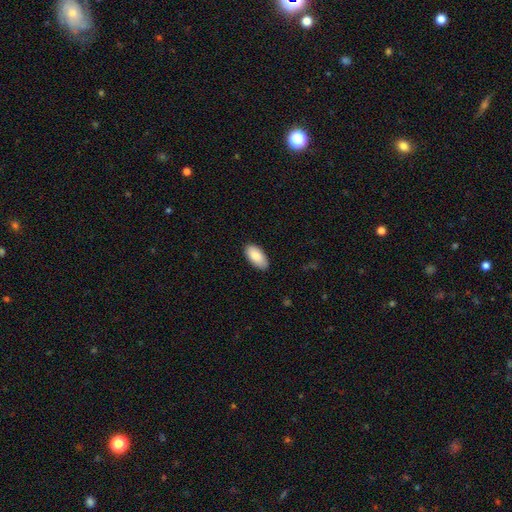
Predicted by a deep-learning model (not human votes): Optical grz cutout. It shows a smooth galaxy with no disk features (87%) that is in between round and cigar-shaped (94%). Merging: none (86%).